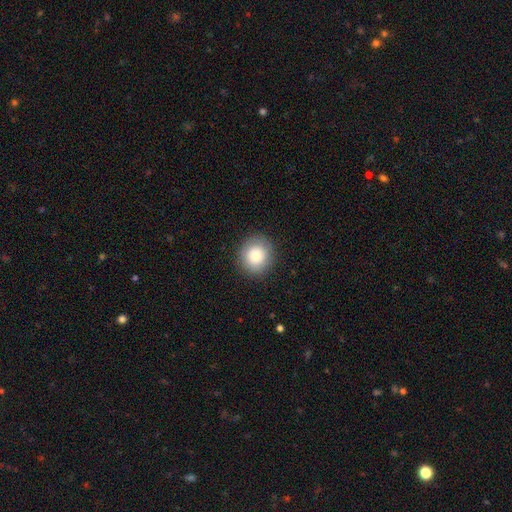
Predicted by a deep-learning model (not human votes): smooth 81%, featured or disk 10%, star or artifact 9%. Down the decision tree: how rounded — round (85%); merging — none (88%).